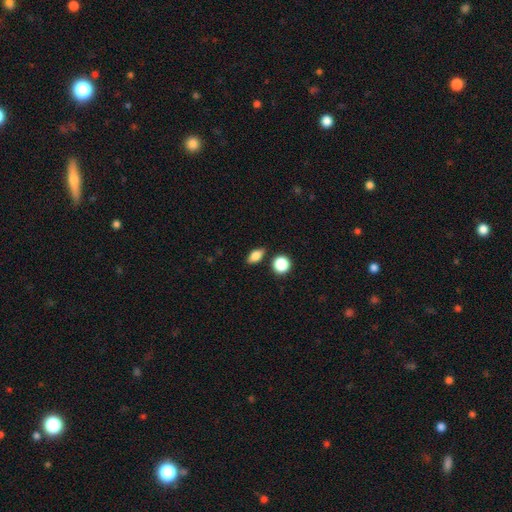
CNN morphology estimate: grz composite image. It shows a smooth galaxy with no disk features (82%) that is in between round and cigar-shaped (79%). Merging: none (82%).